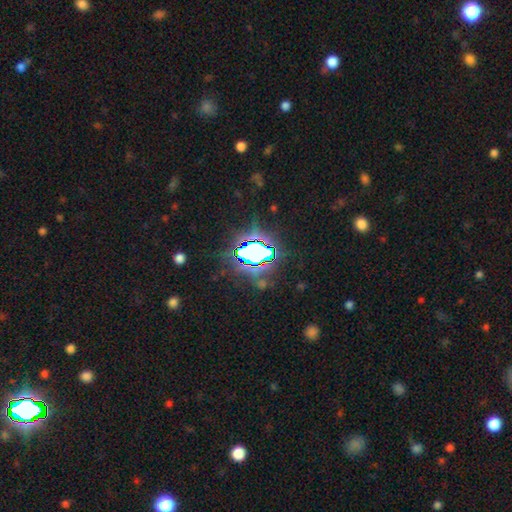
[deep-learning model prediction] A star or artifact, not a galaxy (71%).